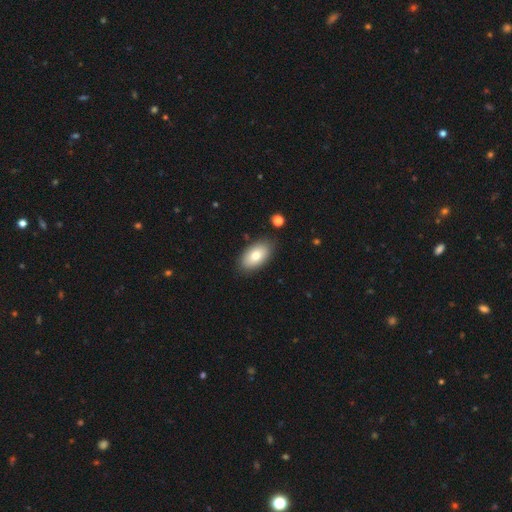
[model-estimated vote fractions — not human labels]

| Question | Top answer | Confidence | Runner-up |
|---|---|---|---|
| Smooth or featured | smooth | 76% | featured or disk (17%) |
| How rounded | in between | 94% | round (4%) |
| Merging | none | 85% | minor disturbance (11%) |